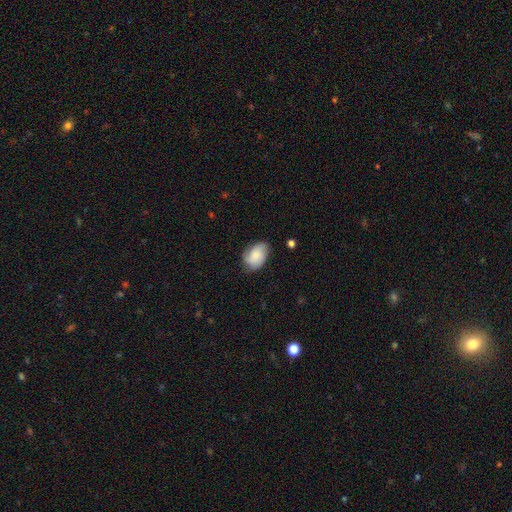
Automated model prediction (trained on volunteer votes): Smooth or featured? smooth (67%)
How rounded? in between (84%)
Merging? none (68%)